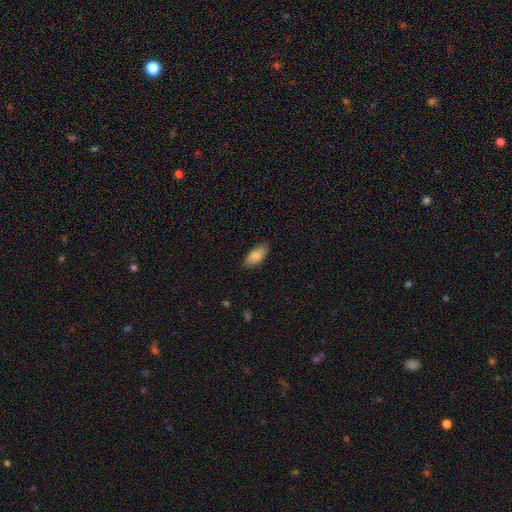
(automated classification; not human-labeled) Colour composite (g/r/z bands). It shows a smooth galaxy with no disk features (85%) that is in between round and cigar-shaped (87%). Merging: none (82%).